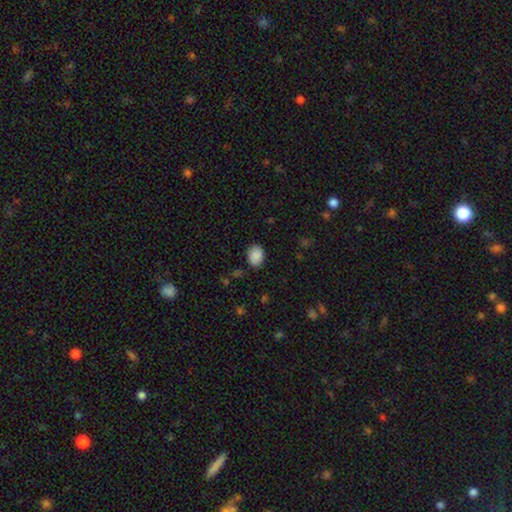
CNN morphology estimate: Q: Smooth or featured?
A: smooth (89%); runner-up: star or artifact (7%)
Q: How rounded?
A: in between (70%); runner-up: round (29%)
Q: Merging?
A: none (83%); runner-up: minor disturbance (13%)